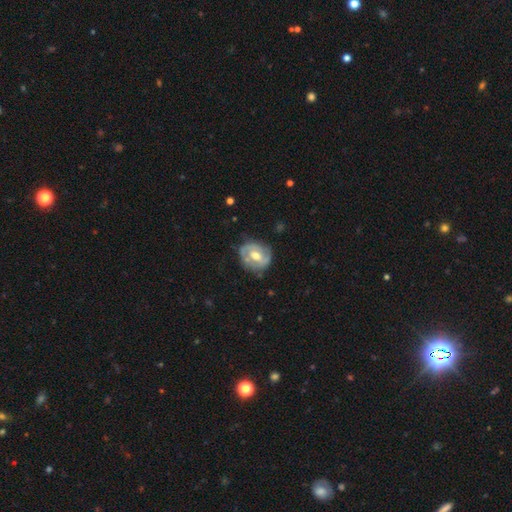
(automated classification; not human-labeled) Overall: featured or disk (71%). Edge-on disk: no (97%). Bar: weak (45%; no 38%). Spiral arms: yes (79%). Spiral arm count: 2 (72%). Spiral winding: medium (42%; tight 39%). Bulge size: moderate (75%). Merging: none (72%).